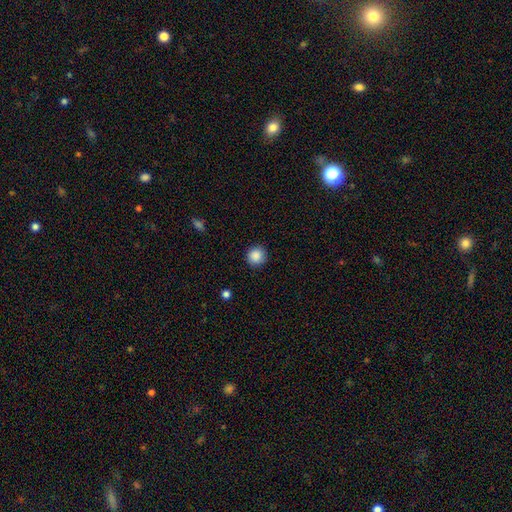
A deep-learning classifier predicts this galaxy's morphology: A smooth galaxy with no disk features (88%) that is round (93%). Merging: none (89%).